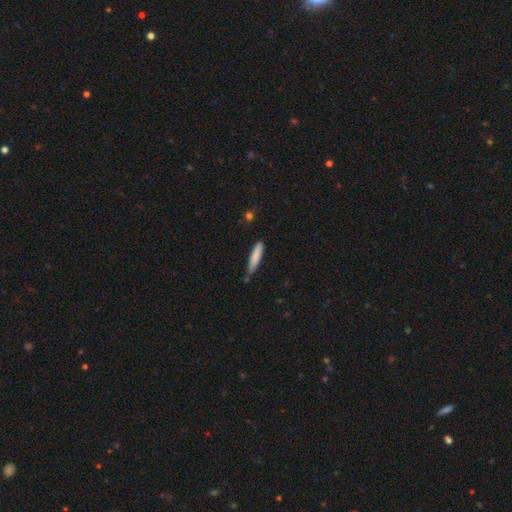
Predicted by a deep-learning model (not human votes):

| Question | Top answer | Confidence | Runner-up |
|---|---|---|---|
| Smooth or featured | smooth | 82% | featured or disk (12%) |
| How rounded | cigar-shaped | 88% | in between (11%) |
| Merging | none | 61% | minor disturbance (31%) |